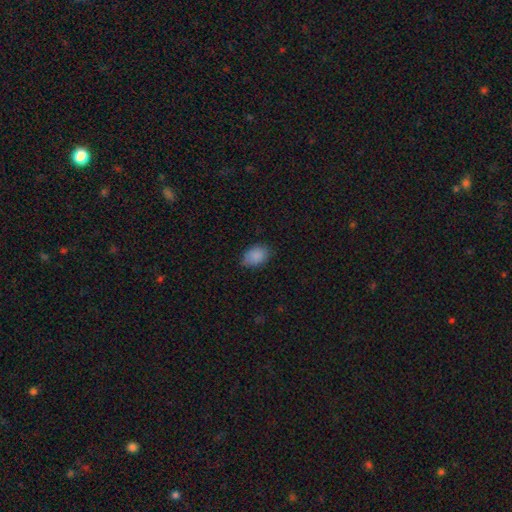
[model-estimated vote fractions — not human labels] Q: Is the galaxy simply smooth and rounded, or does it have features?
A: smooth — 88%.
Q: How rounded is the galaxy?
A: in between — 81%.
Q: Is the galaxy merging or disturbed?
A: none — 75%.